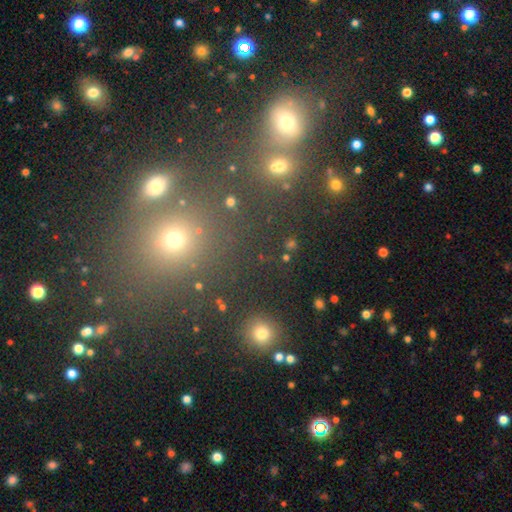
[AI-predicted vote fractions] smooth 48%, star or artifact 43%, featured or disk 9%. Down the decision tree: merging — none (74%).